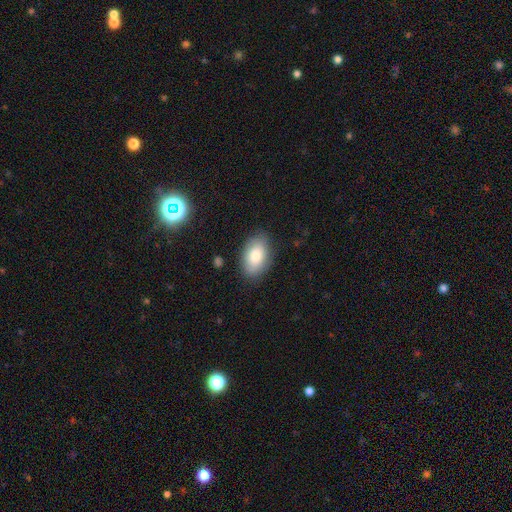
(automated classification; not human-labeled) Overall: smooth (79%). How rounded: in between (91%). Merging: none (83%).